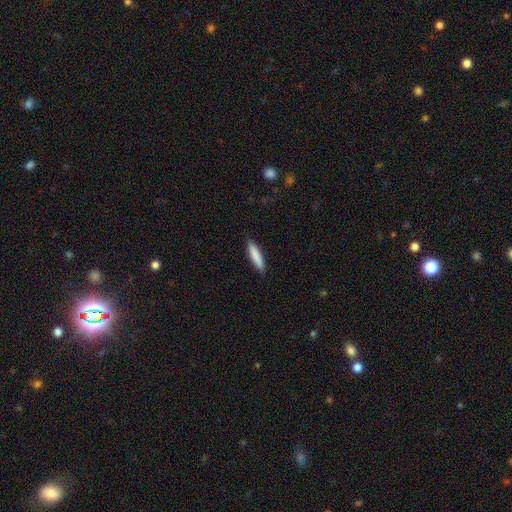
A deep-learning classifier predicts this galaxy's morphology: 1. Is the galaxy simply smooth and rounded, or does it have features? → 84% smooth, 11% featured or disk, 5% star or artifact.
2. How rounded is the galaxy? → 83% cigar-shaped, 15% in between, 1% round.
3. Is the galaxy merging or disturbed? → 89% none, 8% minor disturbance, 2% major disturbance, 1% merger.